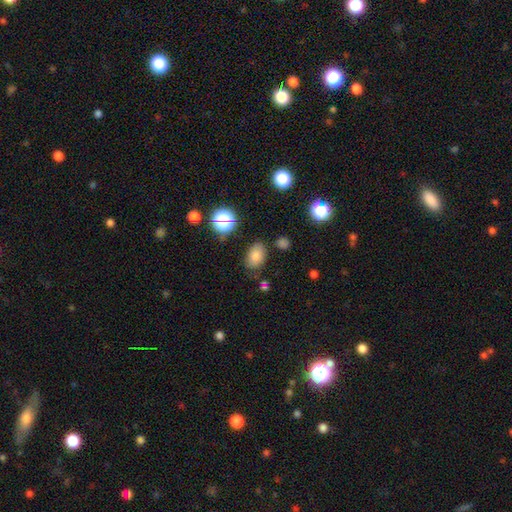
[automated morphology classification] Smooth or featured?
  - smooth: 79% *
  - star or artifact: 14%
  - featured or disk: 8%
How rounded?
  - in between: 83% *
  - round: 16%
  - cigar-shaped: 1%
Merging?
  - none: 74% *
  - minor disturbance: 17%
  - major disturbance: 5%
  - merger: 4%